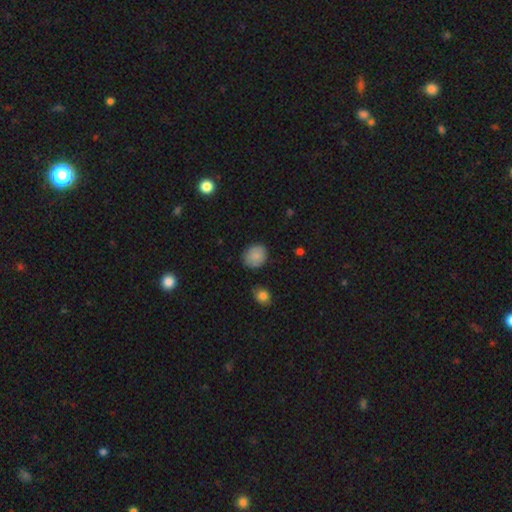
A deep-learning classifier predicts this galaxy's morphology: smooth 86%, star or artifact 8%, featured or disk 6%. Down the decision tree: how rounded — round (66%); merging — none (83%).